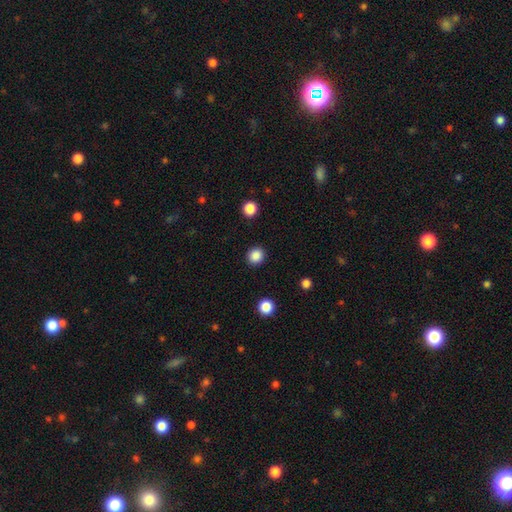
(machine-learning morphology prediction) Q: Smooth or featured?
A: smooth (87%); runner-up: star or artifact (11%)
Q: How rounded?
A: round (89%); runner-up: in between (10%)
Q: Merging?
A: none (91%); runner-up: minor disturbance (6%)